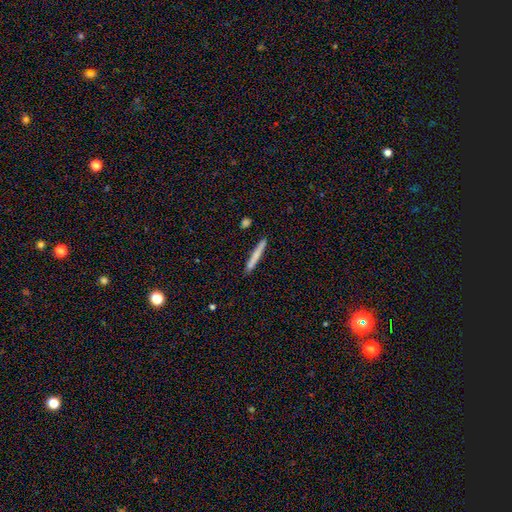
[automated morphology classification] A smooth galaxy with no disk features (73%) that is cigar-shaped (96%).

Vote fractions:
- Smooth or featured? smooth: 73% / featured or disk: 21% / star or artifact: 6%
- How rounded? cigar-shaped: 96% / in between: 2% / round: 1%
- Merging? none: 90% / minor disturbance: 7% / merger: 2% / major disturbance: 1%